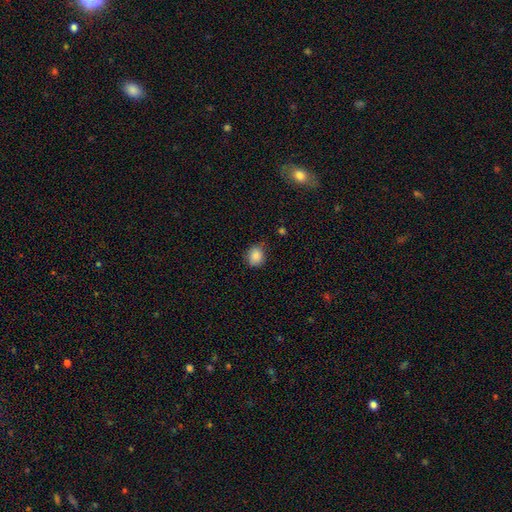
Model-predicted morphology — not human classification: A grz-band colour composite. It shows a smooth galaxy with no disk features (87%) that is round (67%). Merging: none (75%).